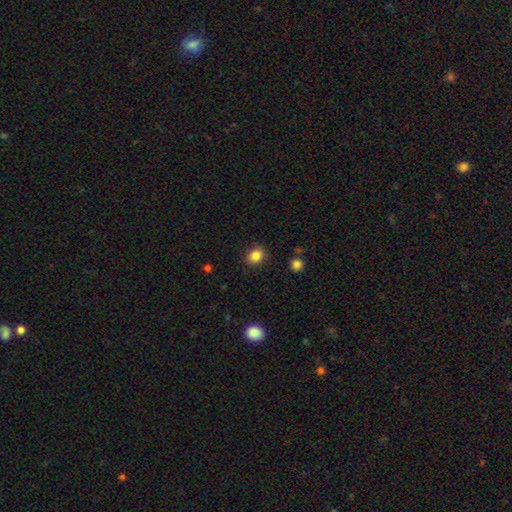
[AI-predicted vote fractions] This is clearly a smooth galaxy (86%). How rounded: possibly round (59%). Merging: clearly none (86%).